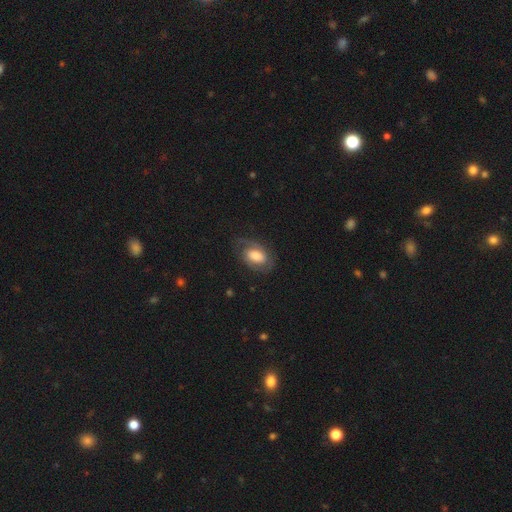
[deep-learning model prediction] Overall: featured or disk (55%; smooth 38%). Edge-on disk: no (96%). Bar: no (57%; weak 32%). Spiral arms: yes (80%). Bulge size: large (46%; moderate 29%). Merging: none (69%).